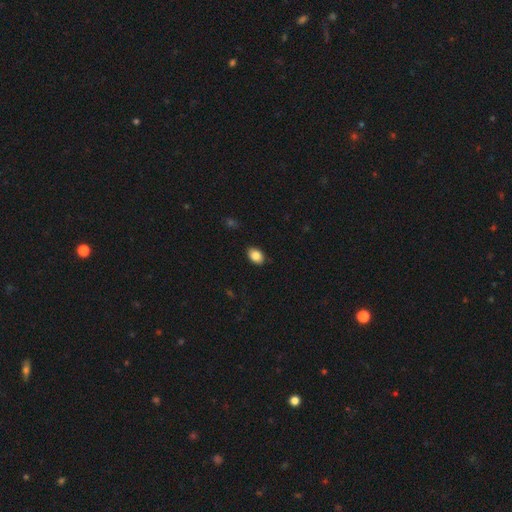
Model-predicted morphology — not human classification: Smooth or featured? Predicted: smooth (p=0.87). How rounded? Predicted: in between (p=0.83). Merging? Predicted: none (p=0.86).